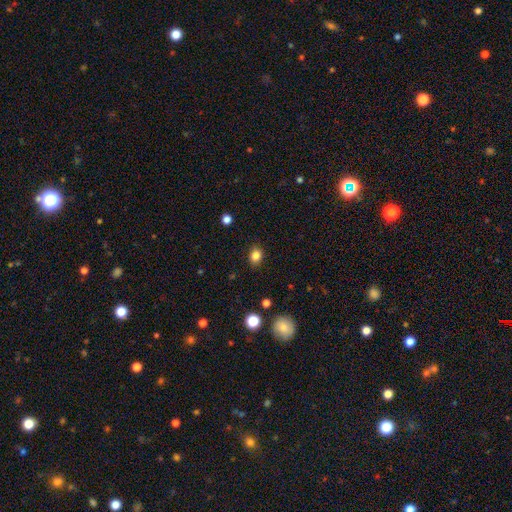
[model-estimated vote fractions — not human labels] Morphology: type=smooth (84%); roundness=round (52%); merging=none (87%).